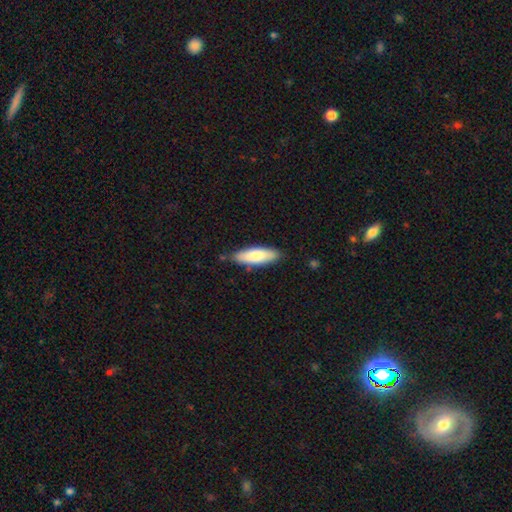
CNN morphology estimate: smooth 78%, featured or disk 17%, star or artifact 5%. Down the decision tree: how rounded — in between (58%); merging — none (81%).